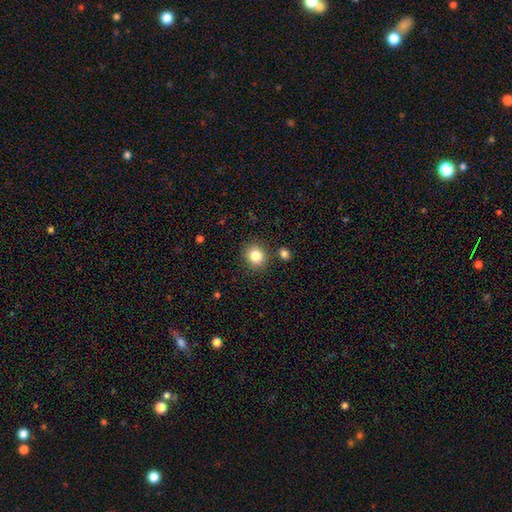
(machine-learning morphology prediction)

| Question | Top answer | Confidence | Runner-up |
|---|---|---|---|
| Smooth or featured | smooth | 83% | star or artifact (11%) |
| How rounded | round | 82% | in between (17%) |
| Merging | none | 85% | minor disturbance (8%) |